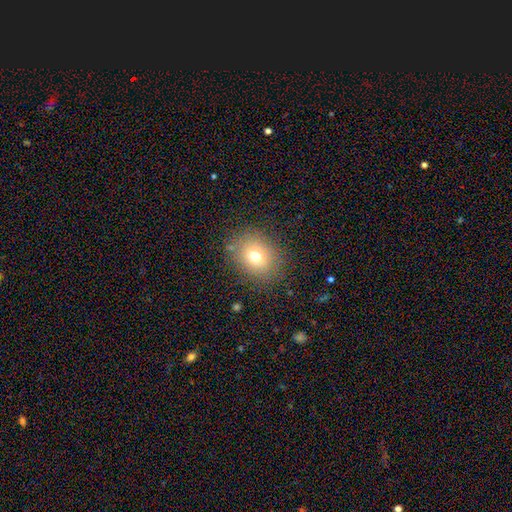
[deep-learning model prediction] Smooth or featured? Predicted: smooth (p=0.72). How rounded? Predicted: round (p=0.60). Merging? Predicted: none (p=0.84).